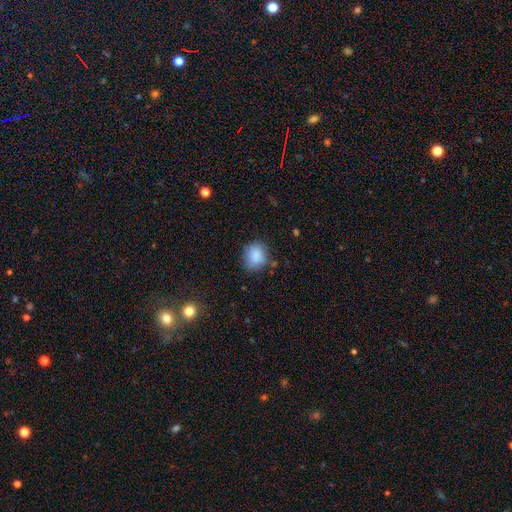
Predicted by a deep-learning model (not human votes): smooth-or-featured: smooth: 85% | star or artifact: 9% | featured or disk: 6%
  how-rounded: round: 62% | in between: 37% | cigar-shaped: 1%
  merging: none: 72% | minor disturbance: 20% | major disturbance: 5% | merger: 3%